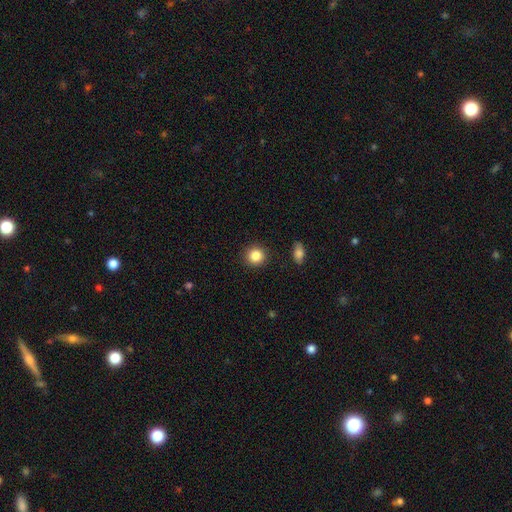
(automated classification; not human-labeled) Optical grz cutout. It shows a smooth galaxy with no disk features (86%) that is round (90%). Merging: none (90%).